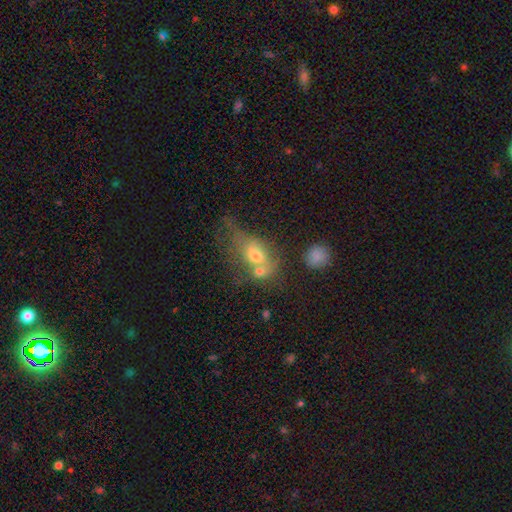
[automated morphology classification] A smooth galaxy with no disk features (60%) that is in between round and cigar-shaped (63%). Merging: merger (47%).